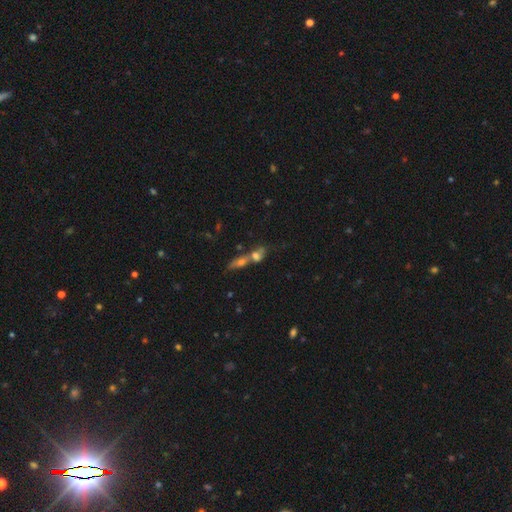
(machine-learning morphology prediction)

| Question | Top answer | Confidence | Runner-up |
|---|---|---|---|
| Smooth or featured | smooth | 59% | featured or disk (28%) |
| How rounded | in between | 52% | round (26%) |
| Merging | merger | 70% | none (18%) |